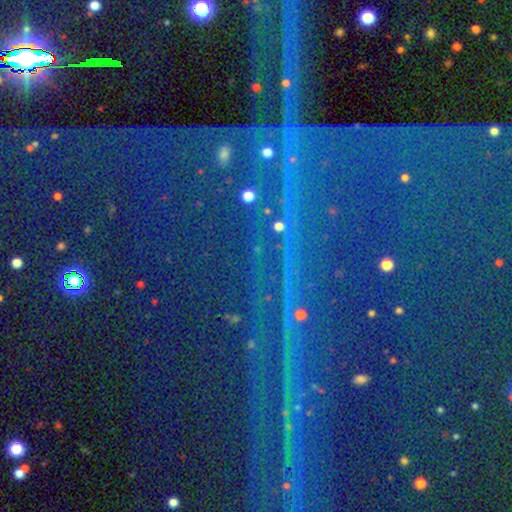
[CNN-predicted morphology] smooth_or_featured: star or artifact (p=0.86) [alt: featured or disk p=0.07]